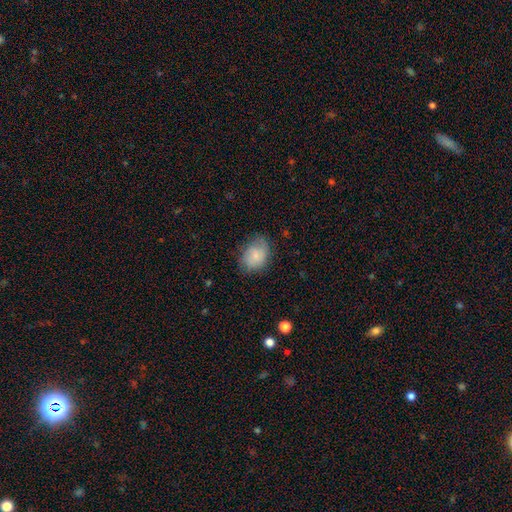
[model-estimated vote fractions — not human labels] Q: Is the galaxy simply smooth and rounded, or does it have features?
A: smooth — 70%.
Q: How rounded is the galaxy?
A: in between — 66%.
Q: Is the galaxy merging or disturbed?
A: none — 66%.